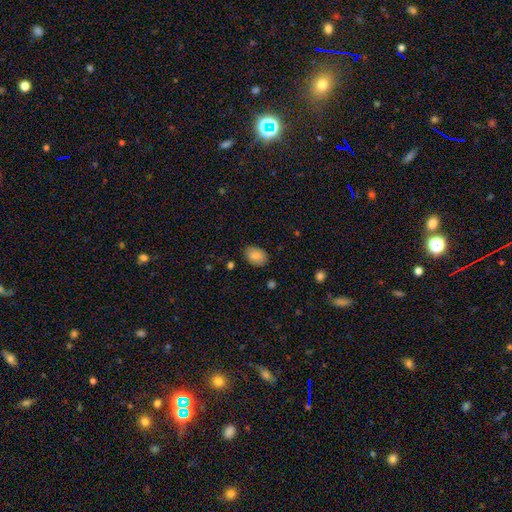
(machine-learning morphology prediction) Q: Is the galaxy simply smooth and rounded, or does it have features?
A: smooth — 86%.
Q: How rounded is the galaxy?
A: in between — 82%.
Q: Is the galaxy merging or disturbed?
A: none — 84%.